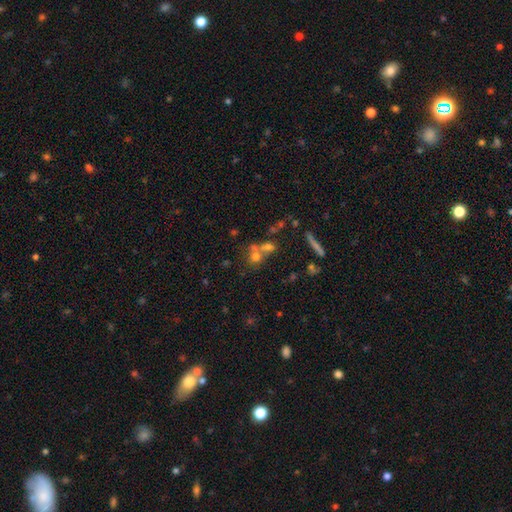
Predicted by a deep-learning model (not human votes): The model was most divided on "merging": none: 45%, merger: 38%, minor disturbance: 9%, major disturbance: 8%. Remaining: smooth or featured — smooth (42%).